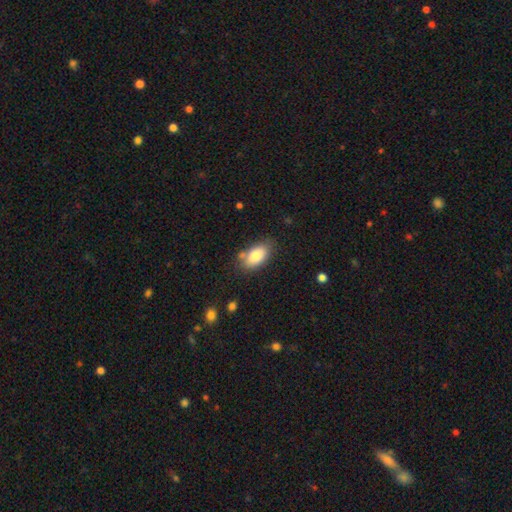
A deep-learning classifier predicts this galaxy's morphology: Smooth or featured? Predicted: smooth (p=0.83). How rounded? Predicted: in between (p=0.92). Merging? Predicted: none (p=0.72).